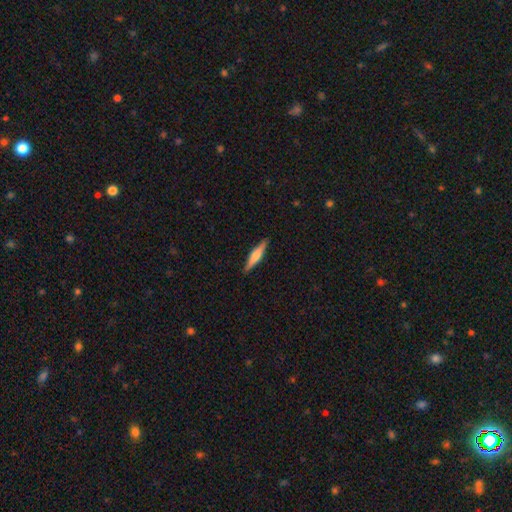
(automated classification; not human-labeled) A smooth galaxy with no disk features (50%) that is cigar-shaped (84%). Merging: none (89%).